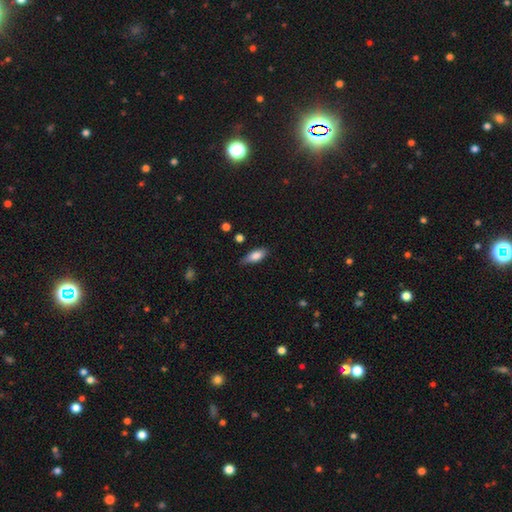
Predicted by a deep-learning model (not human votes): Smooth or featured? Predicted: smooth (p=0.81). How rounded? Predicted: in between (p=0.79). Merging? Predicted: none (p=0.65).